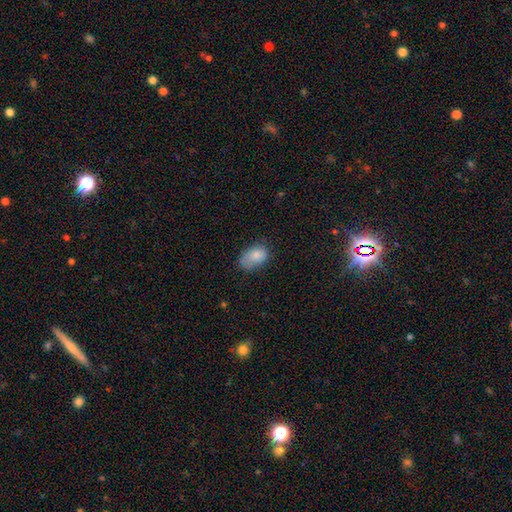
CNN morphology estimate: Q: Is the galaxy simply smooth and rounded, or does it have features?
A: smooth — 81%.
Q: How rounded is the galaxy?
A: in between — 86%.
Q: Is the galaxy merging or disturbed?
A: none — 53%.